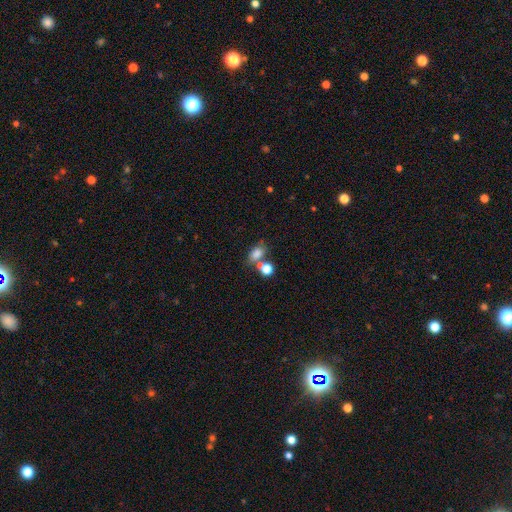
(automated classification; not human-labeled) Smooth or featured: smooth — 77% (star or artifact — 13%)
How rounded: in between — 75% (round — 23%)
Merging: none — 46% (merger — 35%)